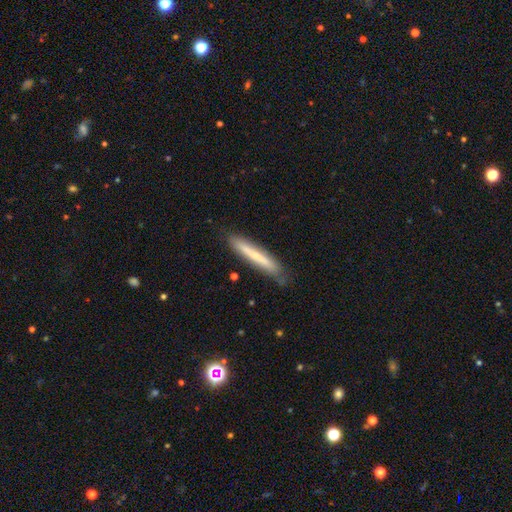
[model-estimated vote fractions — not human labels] Smooth or featured?
  - smooth: 58% *
  - featured or disk: 36%
  - star or artifact: 6%
How rounded?
  - cigar-shaped: 94% *
  - in between: 4%
  - round: 1%
Merging?
  - none: 80% *
  - minor disturbance: 15%
  - major disturbance: 3%
  - merger: 2%